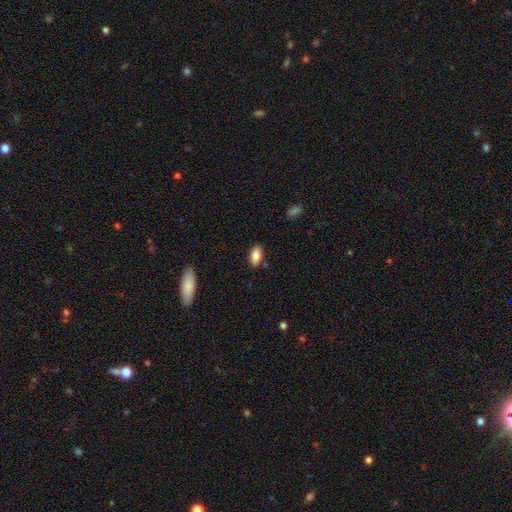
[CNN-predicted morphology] Smooth or featured? smooth (86%)
How rounded? in between (91%)
Merging? none (86%)